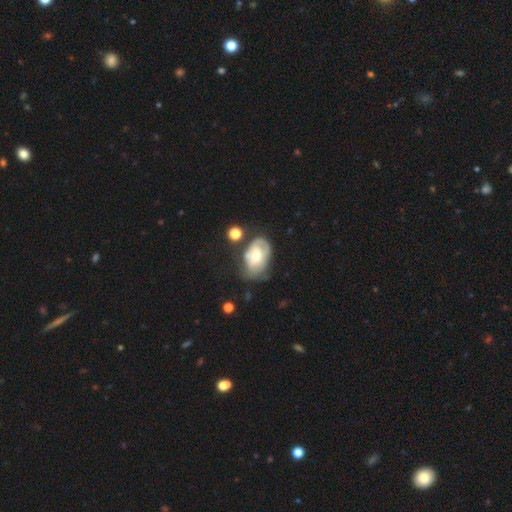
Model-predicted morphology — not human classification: The model was most divided on "merging": none: 38%, minor disturbance: 32%, major disturbance: 20%, merger: 10%. More confident: edge-on disk — no (94%); smooth or featured — featured or disk (51%).